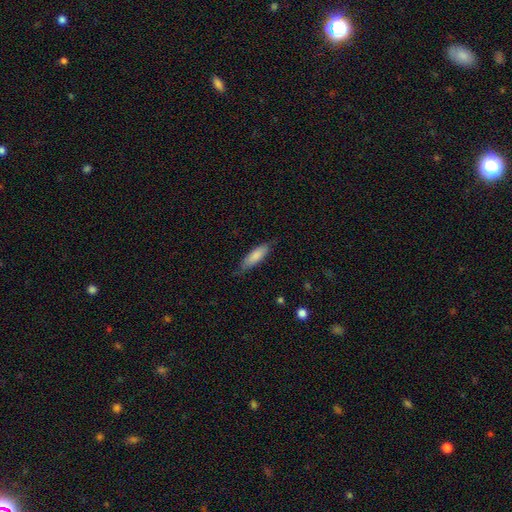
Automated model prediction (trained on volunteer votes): Smooth or featured?
  - smooth: 82% *
  - featured or disk: 13%
  - star or artifact: 6%
How rounded?
  - in between: 52% *
  - cigar-shaped: 47%
  - round: 2%
Merging?
  - none: 76% *
  - minor disturbance: 19%
  - major disturbance: 4%
  - merger: 1%